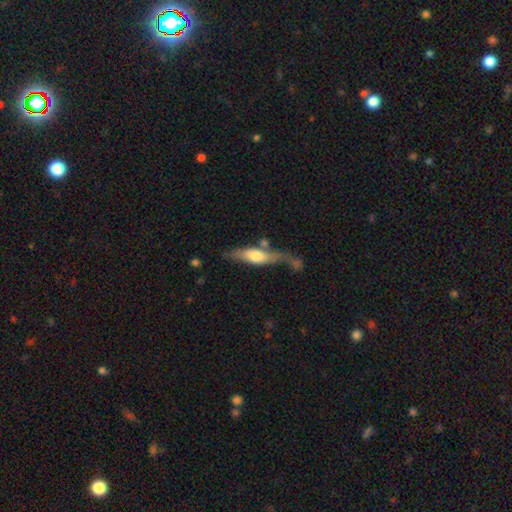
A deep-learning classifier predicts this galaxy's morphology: Q: Smooth or featured?
A: smooth (51%); runner-up: featured or disk (43%)
Q: How rounded?
A: cigar-shaped (59%); runner-up: in between (38%)
Q: Merging?
A: none (38%); runner-up: minor disturbance (23%)